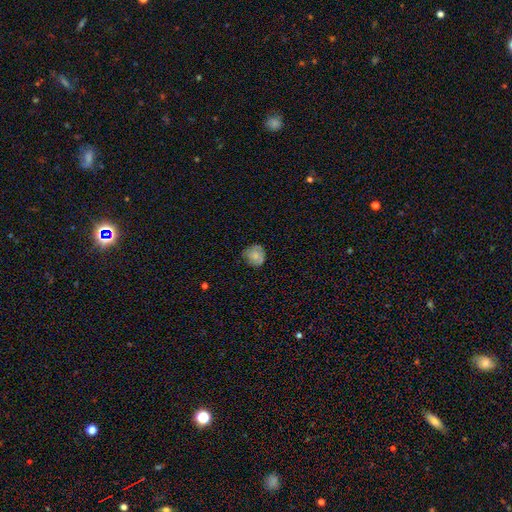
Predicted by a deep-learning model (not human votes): Q: Smooth or featured?
A: smooth (74%); runner-up: featured or disk (18%)
Q: How rounded?
A: round (84%); runner-up: in between (15%)
Q: Merging?
A: none (67%); runner-up: minor disturbance (25%)